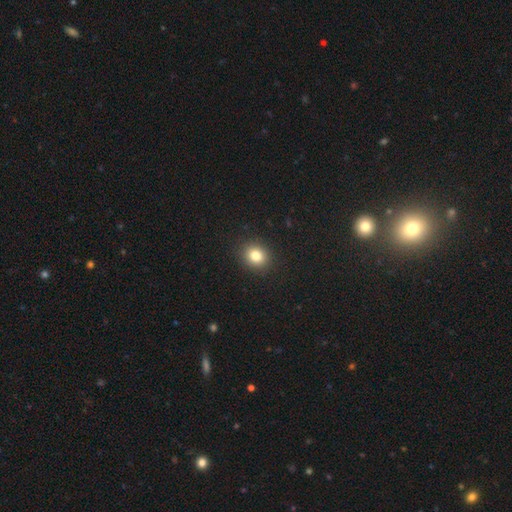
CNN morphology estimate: Smooth or featured? smooth (82%)
How rounded? round (71%)
Merging? none (91%)